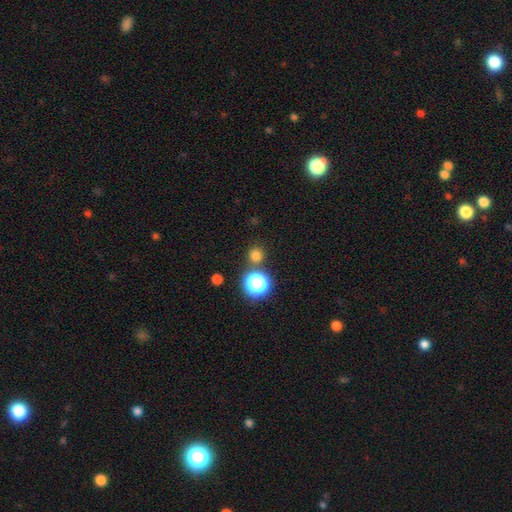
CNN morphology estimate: Smooth or featured: smooth — 73% (star or artifact — 22%)
How rounded: round — 93% (in between — 6%)
Merging: none — 81% (merger — 9%)